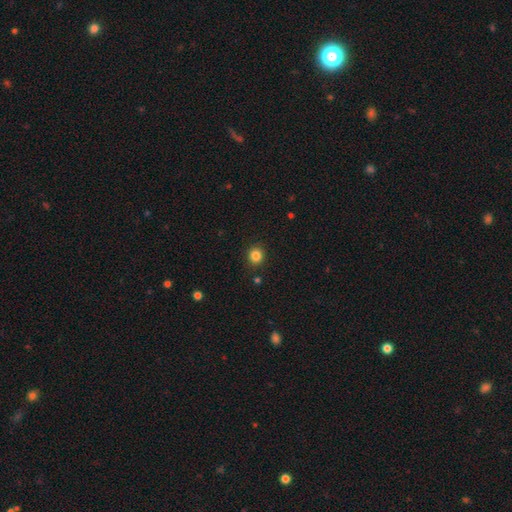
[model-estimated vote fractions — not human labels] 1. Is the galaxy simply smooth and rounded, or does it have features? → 84% smooth, 12% star or artifact, 4% featured or disk.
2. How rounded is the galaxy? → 87% round, 12% in between, 1% cigar-shaped.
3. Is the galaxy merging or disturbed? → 90% none, 6% minor disturbance, 2% major disturbance, 2% merger.